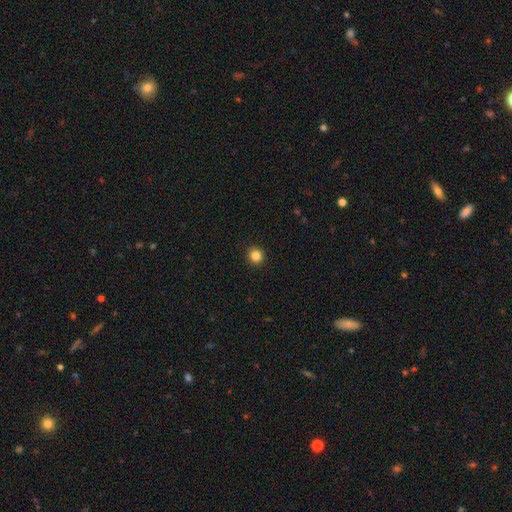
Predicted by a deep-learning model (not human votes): The model was most divided on "smooth or featured": smooth: 84%, star or artifact: 12%, featured or disk: 4%. More confident: merging — none (93%); how rounded — round (92%).